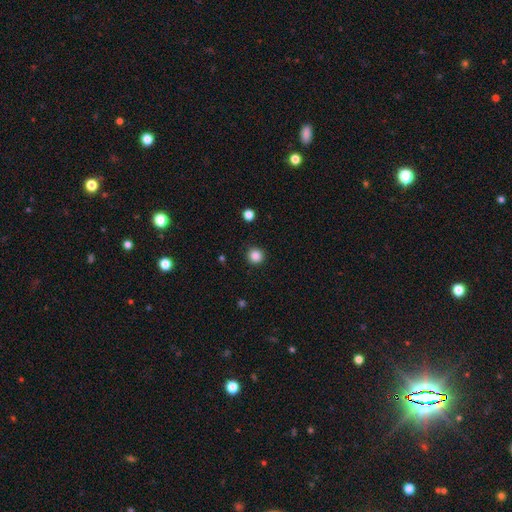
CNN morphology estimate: A smooth galaxy with no disk features (86%) that is round (95%).

Vote fractions:
- Smooth or featured? smooth: 86% / star or artifact: 11% / featured or disk: 3%
- How rounded? round: 95% / in between: 4% / cigar-shaped: 1%
- Merging? none: 92% / minor disturbance: 5% / major disturbance: 2% / merger: 1%